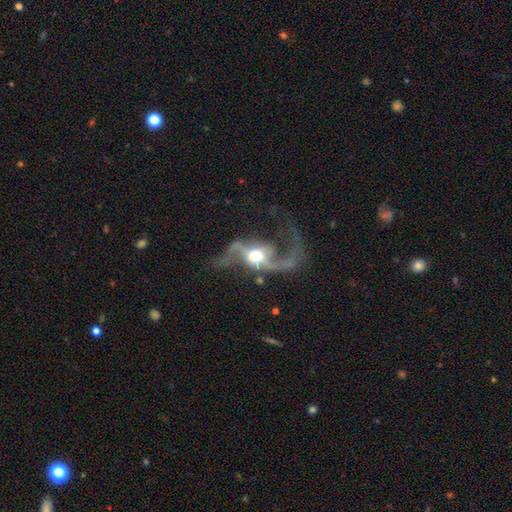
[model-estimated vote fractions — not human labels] Smooth or featured?
  - featured or disk: 86% *
  - smooth: 8%
  - star or artifact: 6%
Edge-on disk?
  - no: 95% *
  - yes: 5%
Bar?
  - no: 51% *
  - weak: 29%
  - strong: 20%
Spiral arms?
  - yes: 94% *
  - no: 6%
Spiral winding?
  - loose: 78% *
  - medium: 18%
  - tight: 3%
Spiral arm count?
  - 2: 88% *
  - 1: 6%
  - can't tell: 2%
  - 3: 2%
  - 4: 1%
  - more than 4: 1%
Bulge size?
  - moderate: 63% *
  - large: 21%
  - small: 12%
  - dominant: 3%
  - none: 1%
Merging?
  - none: 46% *
  - major disturbance: 34%
  - minor disturbance: 15%
  - merger: 5%